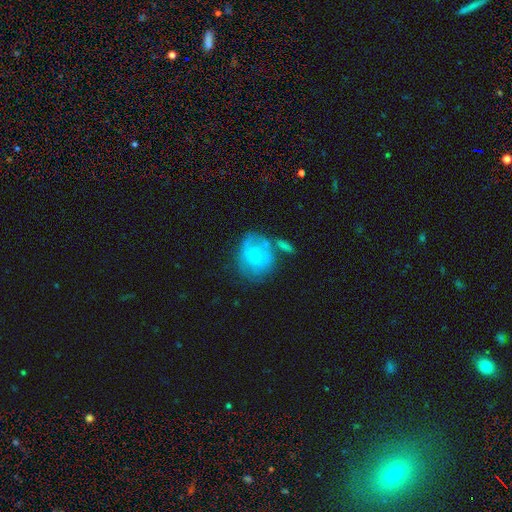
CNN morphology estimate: smooth 53%, featured or disk 39%, star or artifact 8%. Down the decision tree: how rounded — round (64%); merging — none (43%).